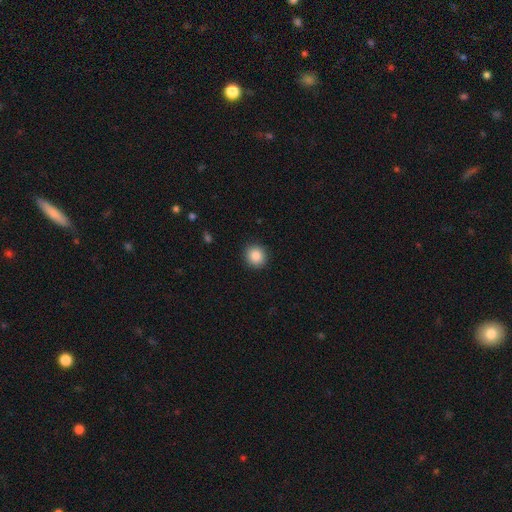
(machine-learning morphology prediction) Q: Smooth or featured?
A: smooth (87%); runner-up: star or artifact (9%)
Q: How rounded?
A: round (89%); runner-up: in between (10%)
Q: Merging?
A: none (92%); runner-up: minor disturbance (6%)